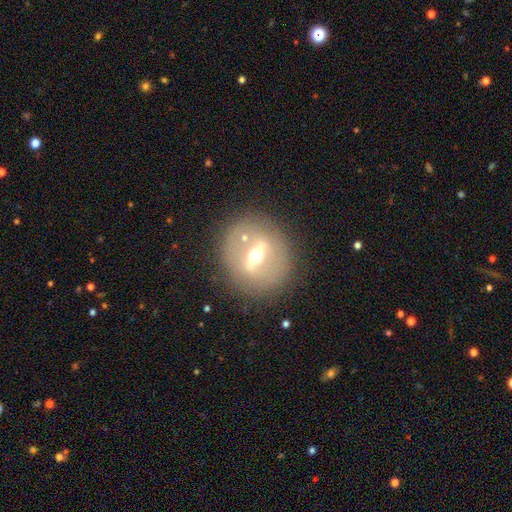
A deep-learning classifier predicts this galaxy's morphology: featured or disk 71%, smooth 20%, star or artifact 9%. Down the decision tree: edge-on disk — no (67%); merging — none (82%).